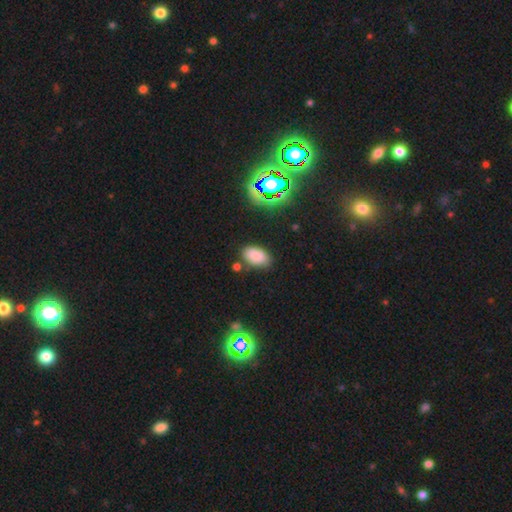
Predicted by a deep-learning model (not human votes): A smooth galaxy with no disk features (82%) that is in between round and cigar-shaped (93%). Merging: none (77%).